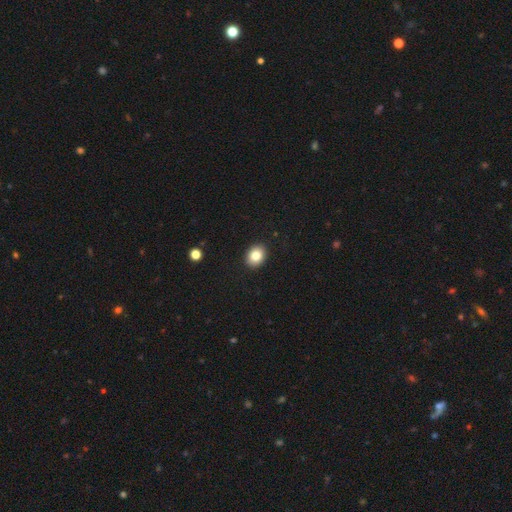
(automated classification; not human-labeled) Q: Smooth or featured?
A: smooth (82%); runner-up: star or artifact (9%)
Q: How rounded?
A: in between (56%); runner-up: round (43%)
Q: Merging?
A: none (91%); runner-up: minor disturbance (6%)